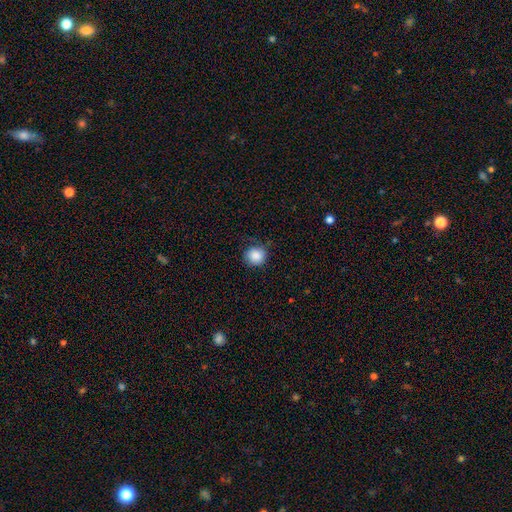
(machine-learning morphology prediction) smooth-or-featured: smooth: 87% | star or artifact: 9% | featured or disk: 4%
  how-rounded: round: 89% | in between: 10% | cigar-shaped: 1%
  merging: none: 78% | minor disturbance: 17% | major disturbance: 4% | merger: 1%